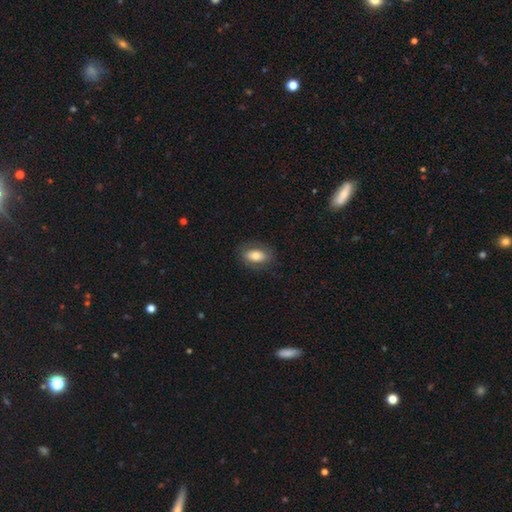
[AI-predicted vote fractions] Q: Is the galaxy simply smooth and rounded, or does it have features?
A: smooth — 70%.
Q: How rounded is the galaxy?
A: in between — 88%.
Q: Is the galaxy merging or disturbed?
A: none — 81%.